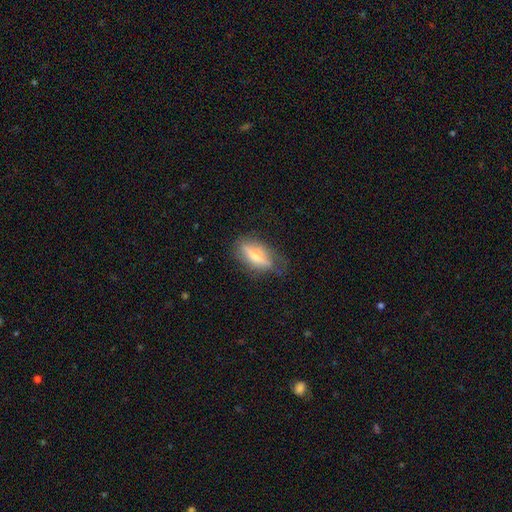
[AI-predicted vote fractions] Morphology: type=smooth (48%); merging=none (64%).